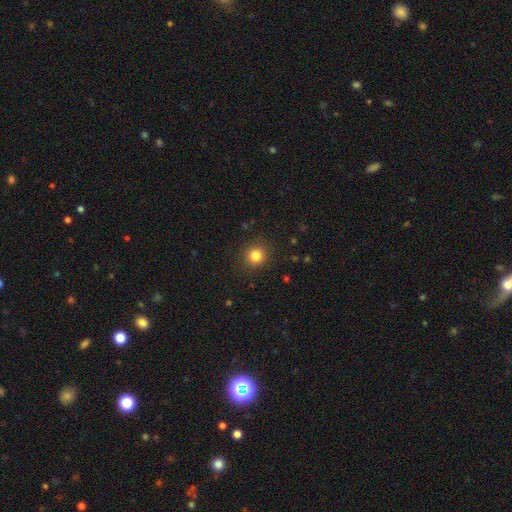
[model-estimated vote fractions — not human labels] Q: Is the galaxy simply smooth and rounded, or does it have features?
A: smooth — 83%.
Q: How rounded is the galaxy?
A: round — 92%.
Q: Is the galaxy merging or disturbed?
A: none — 90%.